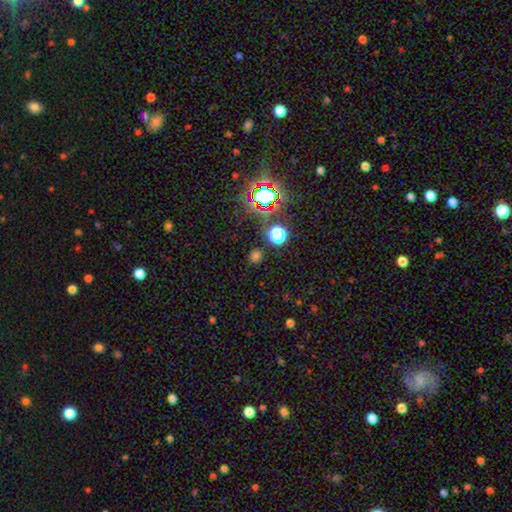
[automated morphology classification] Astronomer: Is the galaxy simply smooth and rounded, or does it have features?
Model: smooth — 60%.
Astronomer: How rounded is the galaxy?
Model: round — 90%.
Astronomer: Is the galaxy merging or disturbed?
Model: none — 86%.